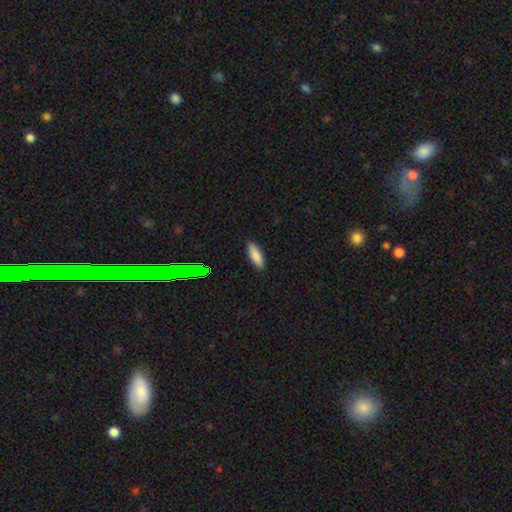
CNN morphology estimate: type=smooth (85%); roundness=in between (60%); merging=none (89%).